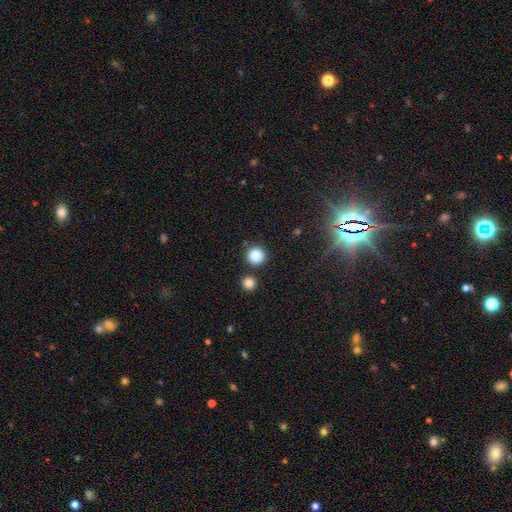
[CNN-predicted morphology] Q: Smooth or featured?
A: smooth (85%); runner-up: star or artifact (11%)
Q: How rounded?
A: round (94%); runner-up: in between (5%)
Q: Merging?
A: none (82%); runner-up: merger (8%)